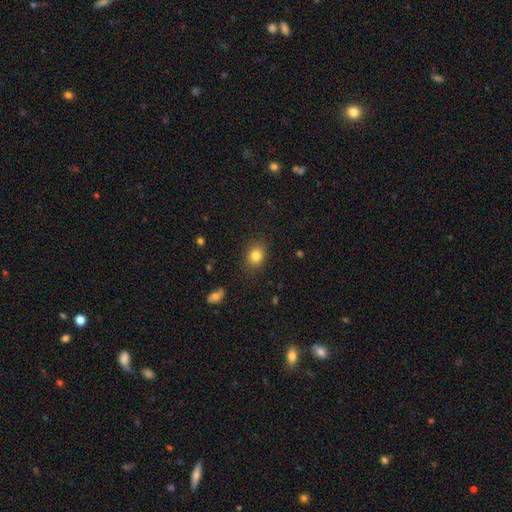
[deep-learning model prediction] Smooth or featured? Predicted: smooth (p=0.81). How rounded? Predicted: in between (p=0.52). Merging? Predicted: none (p=0.86).